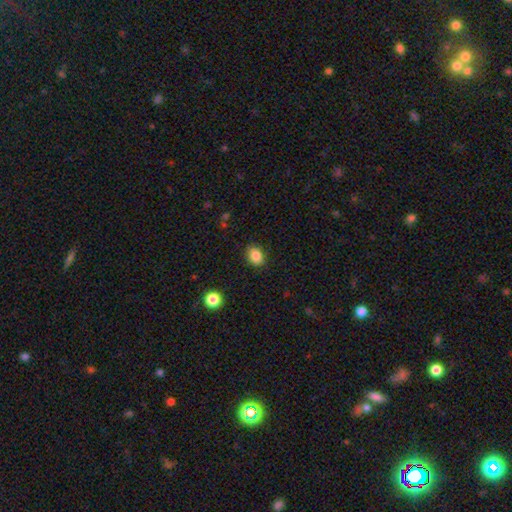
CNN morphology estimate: The model was most divided on "how rounded": in between: 63%, round: 36%, cigar-shaped: 1%. More confident: smooth or featured — smooth (86%); merging — none (85%).